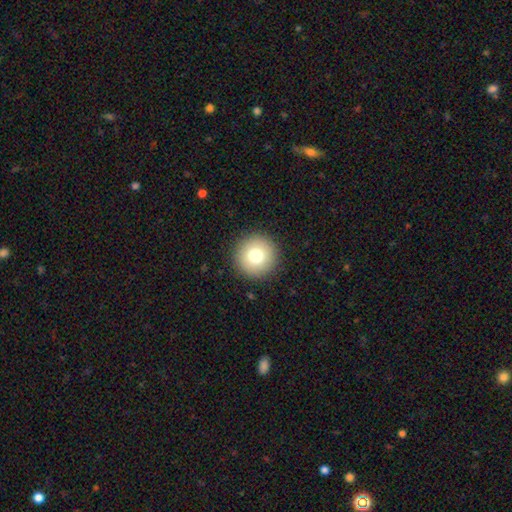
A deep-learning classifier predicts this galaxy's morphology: Overall: smooth (77%). How rounded: round (96%). Merging: none (92%).